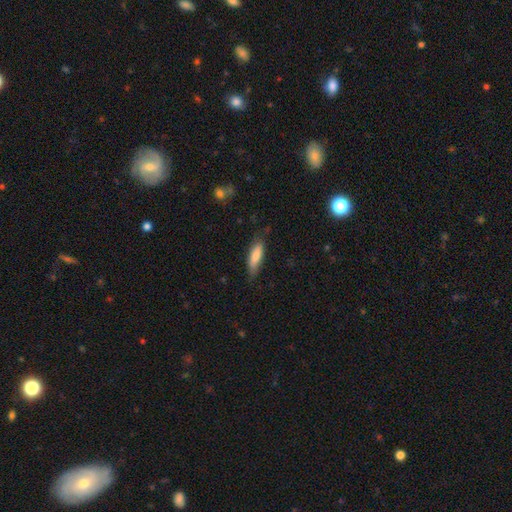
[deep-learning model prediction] A smooth galaxy with no disk features (79%) that is cigar-shaped (58%).

Vote fractions:
- Smooth or featured? smooth: 79% / featured or disk: 15% / star or artifact: 6%
- How rounded? cigar-shaped: 58% / in between: 40% / round: 2%
- Merging? none: 72% / minor disturbance: 22% / major disturbance: 5% / merger: 2%